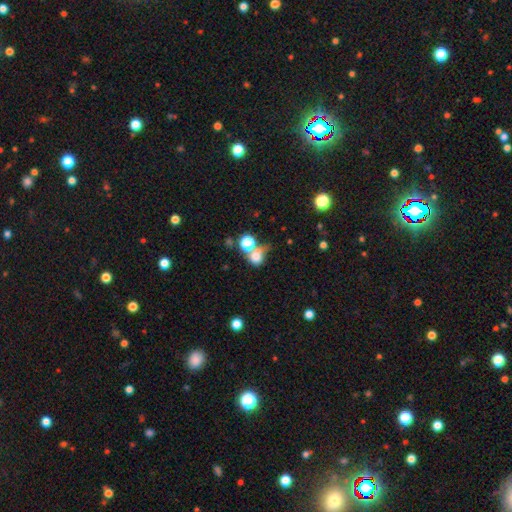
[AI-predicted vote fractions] Morphology: type=smooth (70%); roundness=round (66%); merging=merger (38%).